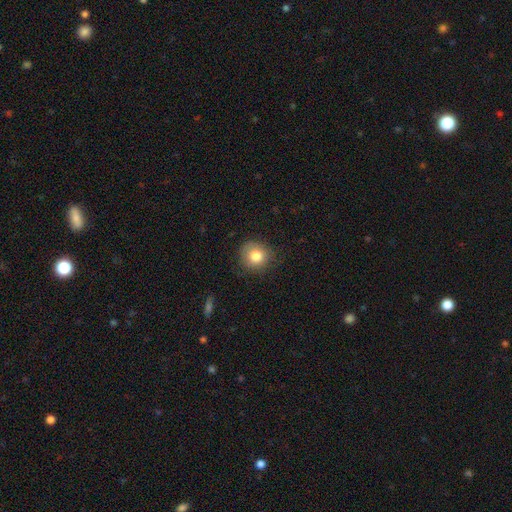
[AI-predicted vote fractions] Morphology: type=smooth (81%); roundness=round (88%); merging=none (80%).